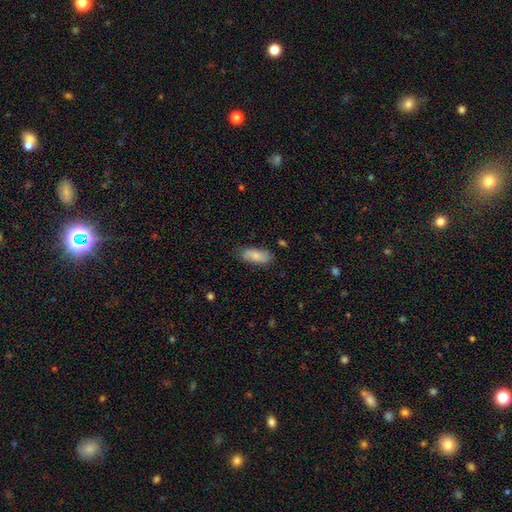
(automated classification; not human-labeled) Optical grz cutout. It shows a smooth galaxy with no disk features (80%) that is in between round and cigar-shaped (81%). Merging: none (79%).